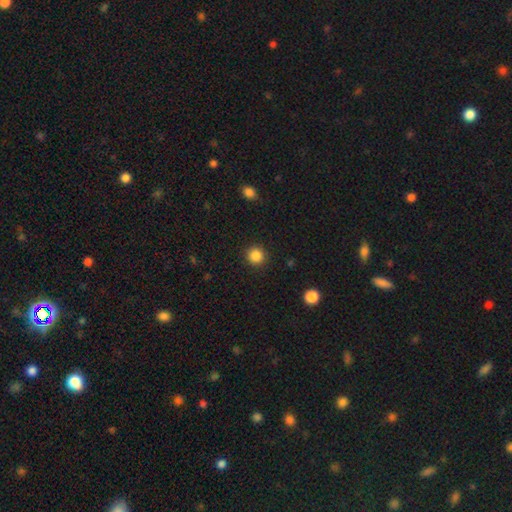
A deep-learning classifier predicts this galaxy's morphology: Smooth or featured: smooth — 86% (star or artifact — 11%)
How rounded: round — 94% (in between — 5%)
Merging: none — 91% (minor disturbance — 5%)